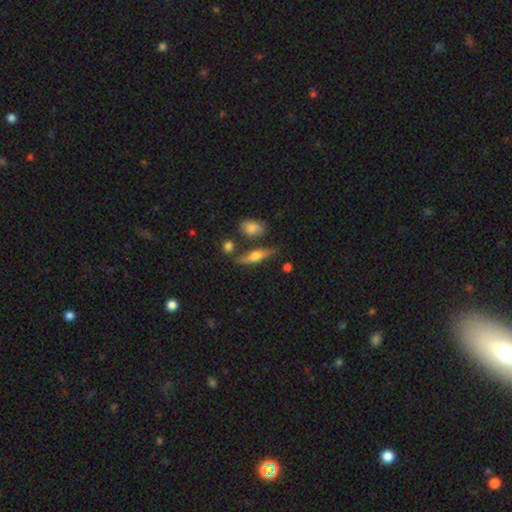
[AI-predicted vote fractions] smooth-or-featured: featured or disk: 47% | smooth: 46% | star or artifact: 8%
  merging: none: 72% | minor disturbance: 15% | merger: 9% | major disturbance: 4%